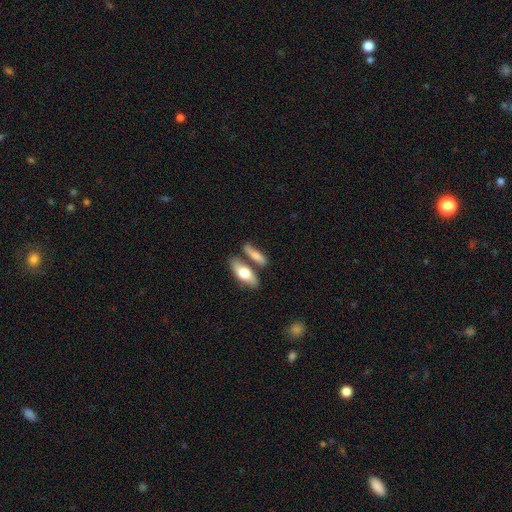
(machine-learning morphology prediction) This appears to be a smooth galaxy with no disk features (69%) that is in between round and cigar-shaped (51%). Merging: none (57%).